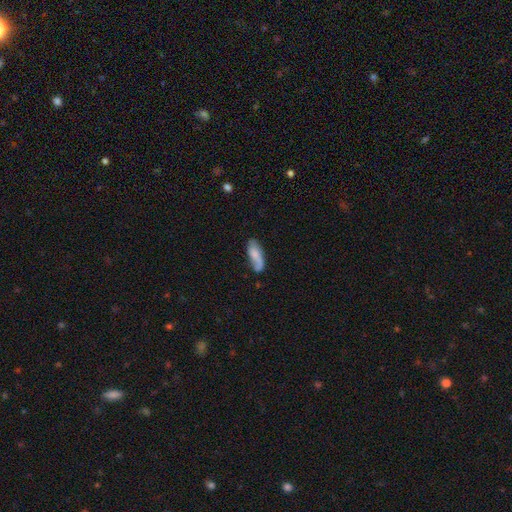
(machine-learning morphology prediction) Overall: smooth (60%; featured or disk 33%). How rounded: in between (76%). Merging: none (57%; minor disturbance 27%).